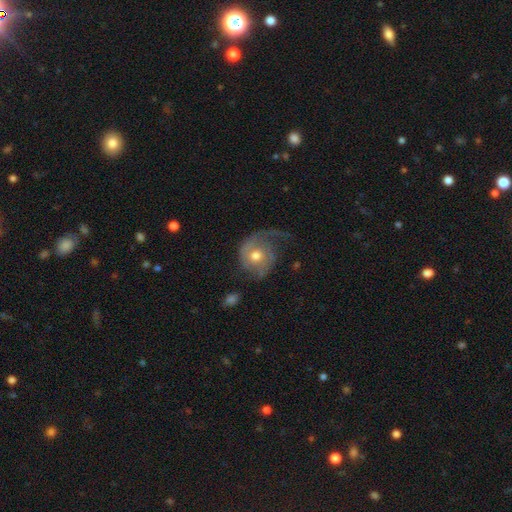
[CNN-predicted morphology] This appears to be a featured or disk galaxy (66%) with no bar (77%), 1 (49%) loose (42%) spiral arms (87%) and a moderate central bulge (74%). Merging: none (40%).